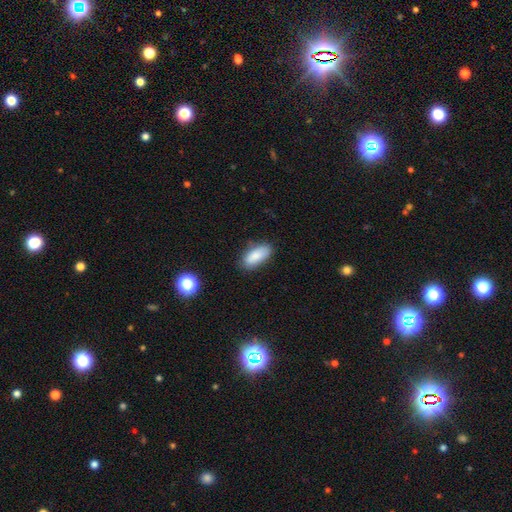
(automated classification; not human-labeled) smooth 86%, star or artifact 7%, featured or disk 7%. Down the decision tree: how rounded — in between (84%); merging — none (79%).